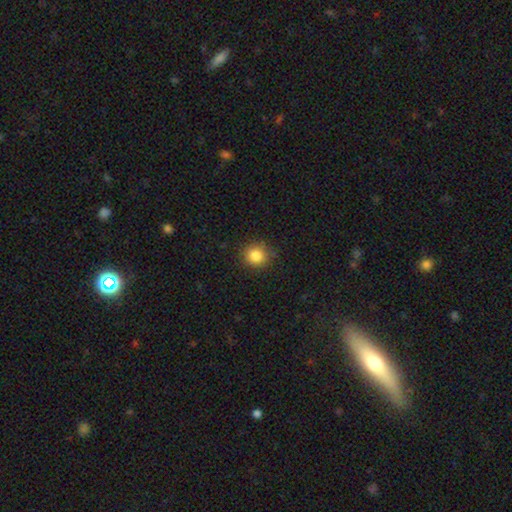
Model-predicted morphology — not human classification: A smooth galaxy with no disk features (85%) that is round (88%). Merging: none (86%).